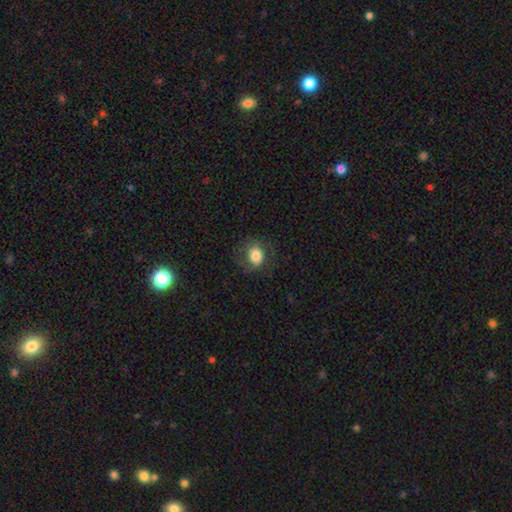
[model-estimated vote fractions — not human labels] Smooth or featured?
  - smooth: 74% *
  - featured or disk: 17%
  - star or artifact: 8%
How rounded?
  - round: 61% *
  - in between: 38%
  - cigar-shaped: 1%
Merging?
  - none: 70% *
  - minor disturbance: 18%
  - major disturbance: 11%
  - merger: 1%